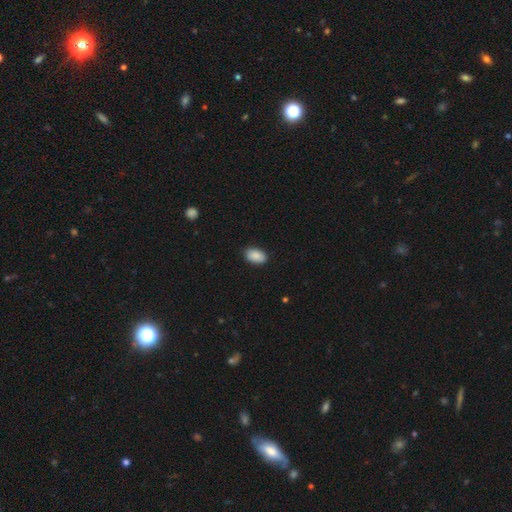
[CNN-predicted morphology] Smooth or featured?
  - smooth: 90% *
  - star or artifact: 7%
  - featured or disk: 4%
How rounded?
  - in between: 92% *
  - round: 6%
  - cigar-shaped: 1%
Merging?
  - none: 87% *
  - minor disturbance: 10%
  - major disturbance: 2%
  - merger: 1%